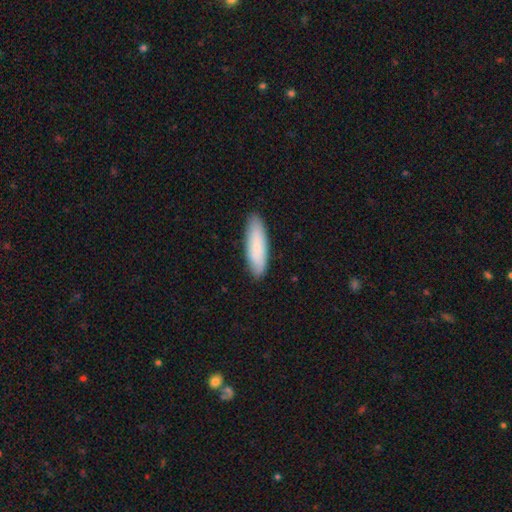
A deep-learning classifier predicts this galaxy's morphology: Smooth or featured? Predicted: smooth (p=0.81). How rounded? Predicted: cigar-shaped (p=0.52). Merging? Predicted: none (p=0.86).